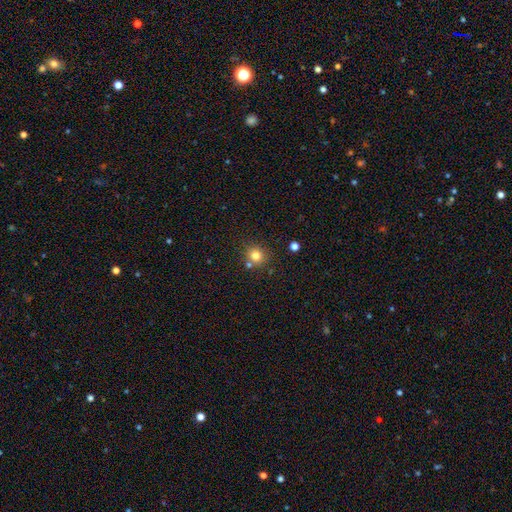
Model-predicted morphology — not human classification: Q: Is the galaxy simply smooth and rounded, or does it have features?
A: smooth — 80%.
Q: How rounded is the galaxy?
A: round — 88%.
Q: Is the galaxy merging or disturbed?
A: none — 75%.